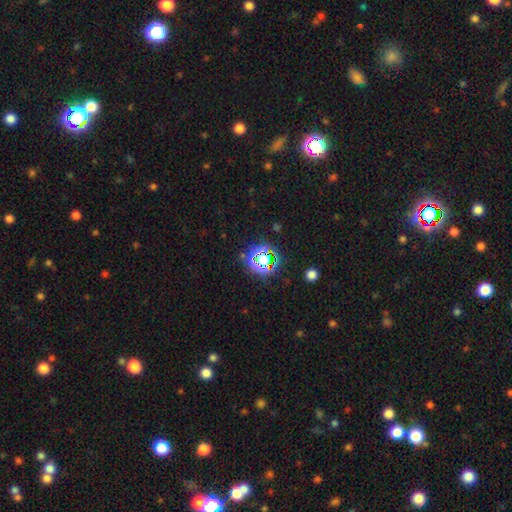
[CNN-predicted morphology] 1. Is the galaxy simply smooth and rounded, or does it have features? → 74% star or artifact, 17% smooth, 8% featured or disk.